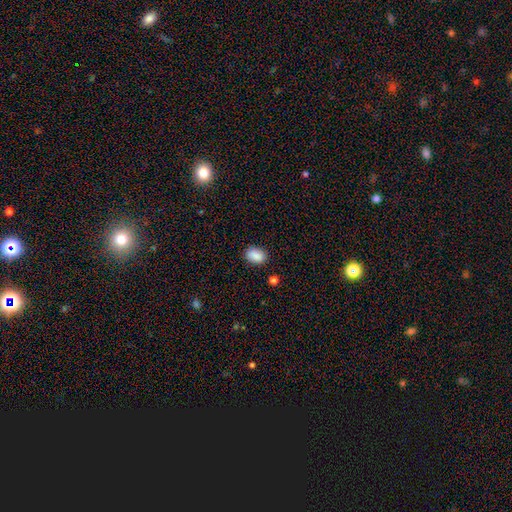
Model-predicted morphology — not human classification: smooth-or-featured: smooth: 88% | star or artifact: 8% | featured or disk: 4%
  how-rounded: in between: 83% | round: 16% | cigar-shaped: 1%
  merging: none: 85% | minor disturbance: 11% | major disturbance: 3% | merger: 2%